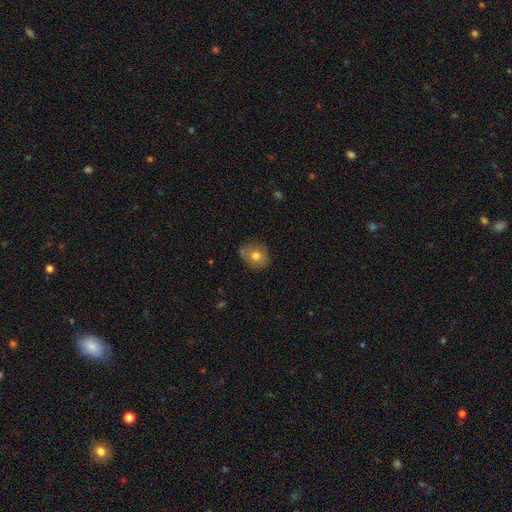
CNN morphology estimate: Q: Smooth or featured?
A: smooth (73%); runner-up: featured or disk (17%)
Q: How rounded?
A: round (64%); runner-up: in between (35%)
Q: Merging?
A: none (75%); runner-up: minor disturbance (19%)